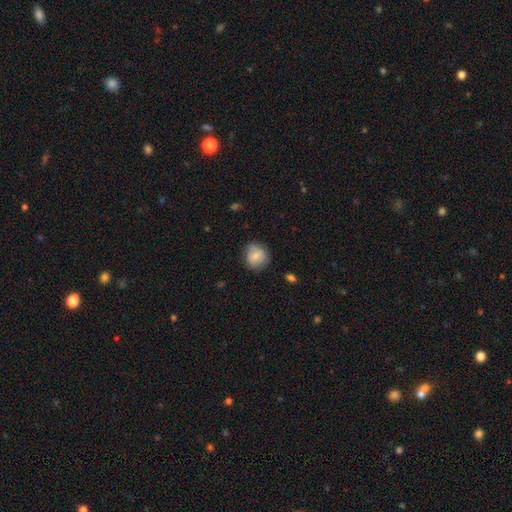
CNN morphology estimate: Smooth or featured?
  - smooth: 71% *
  - featured or disk: 21%
  - star or artifact: 8%
How rounded?
  - round: 79% *
  - in between: 19%
  - cigar-shaped: 1%
Merging?
  - none: 74% *
  - minor disturbance: 20%
  - major disturbance: 5%
  - merger: 1%